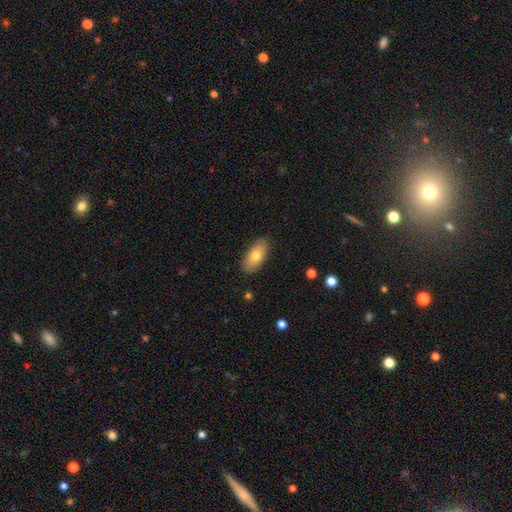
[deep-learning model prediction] Q: Smooth or featured?
A: smooth (76%); runner-up: featured or disk (19%)
Q: How rounded?
A: in between (93%); runner-up: cigar-shaped (5%)
Q: Merging?
A: none (86%); runner-up: minor disturbance (11%)